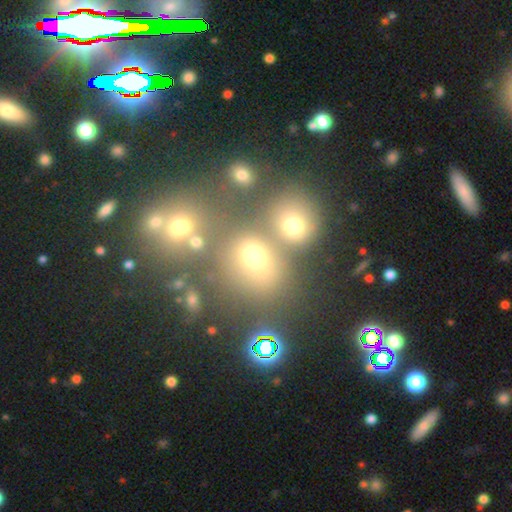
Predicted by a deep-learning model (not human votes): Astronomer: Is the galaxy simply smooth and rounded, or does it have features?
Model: smooth — 62%.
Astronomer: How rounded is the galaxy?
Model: round — 61% (runner-up: in between, 37%).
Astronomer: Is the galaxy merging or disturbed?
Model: none — 50% (runner-up: merger, 34%).